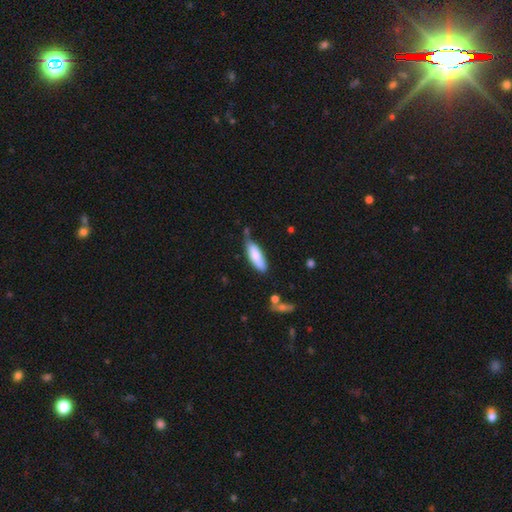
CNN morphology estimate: A smooth galaxy with no disk features (80%) that is in between round and cigar-shaped (60%).

Vote fractions:
- Smooth or featured? smooth: 80% / featured or disk: 14% / star or artifact: 6%
- How rounded? in between: 60% / cigar-shaped: 38% / round: 2%
- Merging? none: 53% / minor disturbance: 33% / major disturbance: 8% / merger: 7%